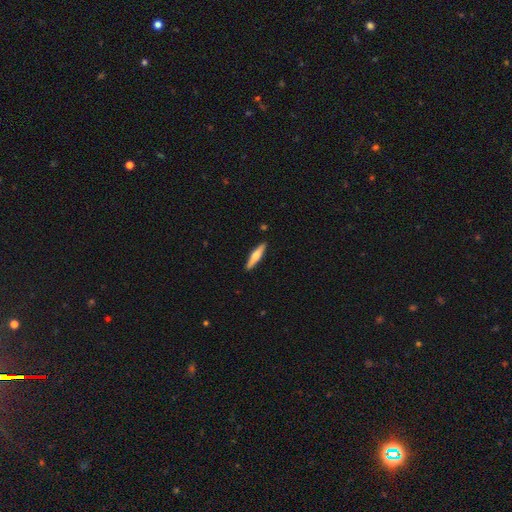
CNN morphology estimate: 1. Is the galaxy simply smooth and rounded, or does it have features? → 49% smooth, 45% featured or disk, 5% star or artifact.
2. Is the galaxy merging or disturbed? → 90% none, 7% minor disturbance, 1% major disturbance, 1% merger.